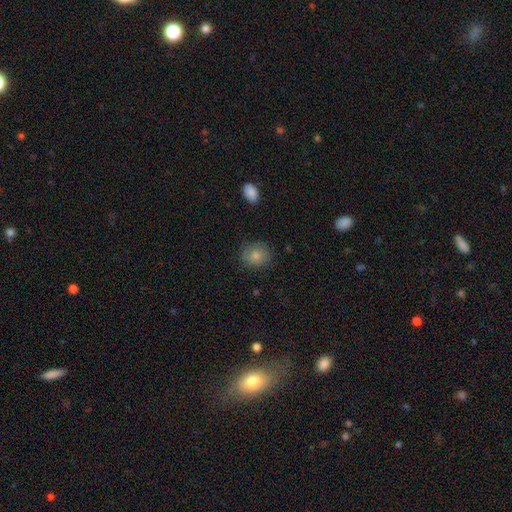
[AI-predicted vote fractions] Morphology: type=smooth (83%); roundness=round (73%); merging=none (81%).